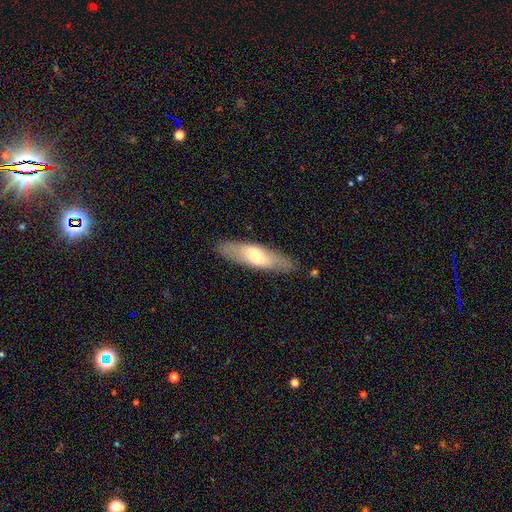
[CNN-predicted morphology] Smooth or featured?
  - smooth: 57% *
  - featured or disk: 38%
  - star or artifact: 6%
How rounded?
  - cigar-shaped: 54% *
  - in between: 44%
  - round: 2%
Merging?
  - none: 84% *
  - minor disturbance: 12%
  - major disturbance: 3%
  - merger: 1%